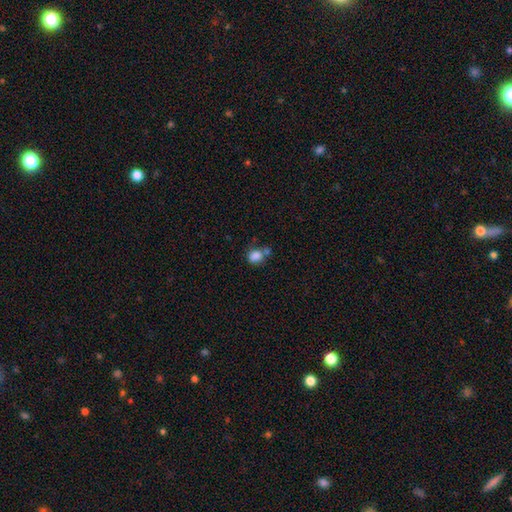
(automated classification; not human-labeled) smooth_or_featured: smooth (p=0.83) [alt: star or artifact p=0.10]
how_rounded: round (p=0.52) [alt: in between p=0.46]
merging: none (p=0.44) [alt: merger p=0.32]